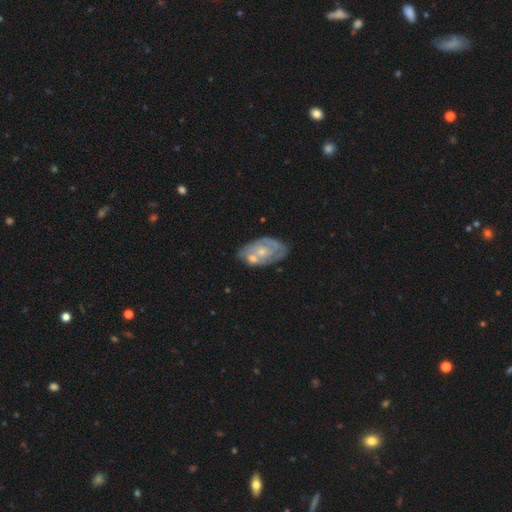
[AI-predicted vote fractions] Smooth or featured?
  - featured or disk: 69% *
  - smooth: 25%
  - star or artifact: 6%
Edge-on disk?
  - no: 96% *
  - yes: 4%
Bar?
  - no: 78% *
  - weak: 19%
  - strong: 3%
Spiral arms?
  - yes: 61% *
  - no: 39%
Bulge size?
  - small: 56% *
  - moderate: 36%
  - none: 6%
  - large: 2%
  - dominant: 1%
Merging?
  - none: 47% *
  - merger: 22%
  - minor disturbance: 22%
  - major disturbance: 9%